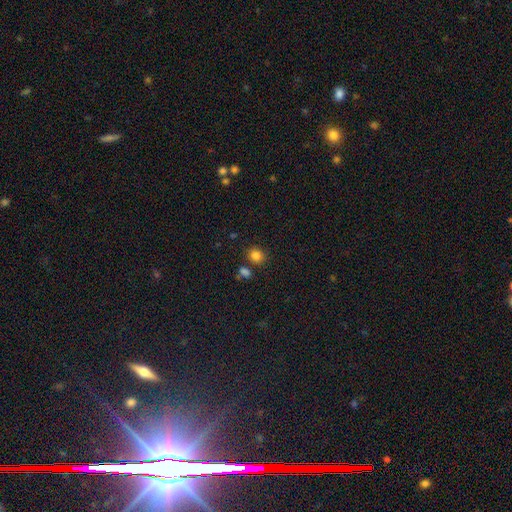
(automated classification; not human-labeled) This is clearly a smooth galaxy (83%). How rounded: likely round (72%). Merging: likely none (77%).